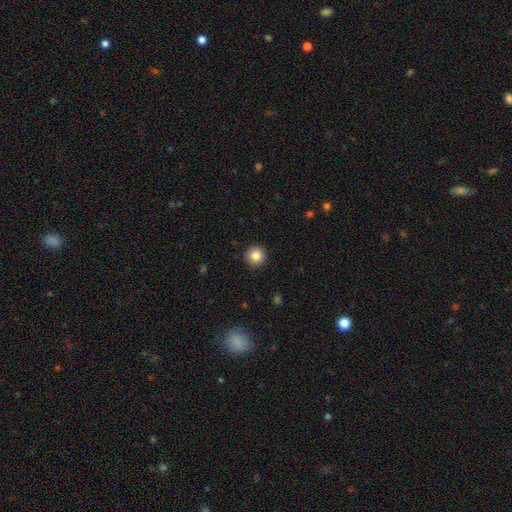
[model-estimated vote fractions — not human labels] Smooth or featured?
  - smooth: 84% *
  - star or artifact: 10%
  - featured or disk: 6%
How rounded?
  - round: 95% *
  - in between: 4%
  - cigar-shaped: 1%
Merging?
  - none: 93% *
  - minor disturbance: 5%
  - major disturbance: 2%
  - merger: 1%